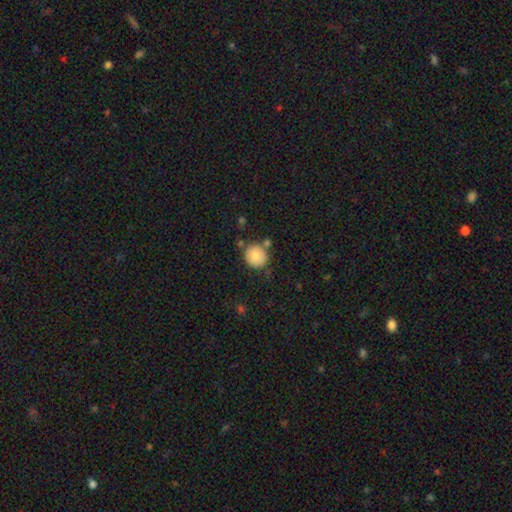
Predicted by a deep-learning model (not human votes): A smooth galaxy with no disk features (82%) that is round (87%). Merging: none (75%).